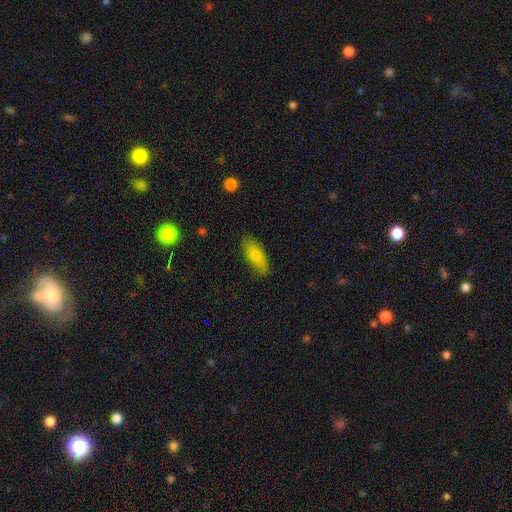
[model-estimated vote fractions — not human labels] Morphology: type=smooth (84%); roundness=in between (78%); merging=none (80%).